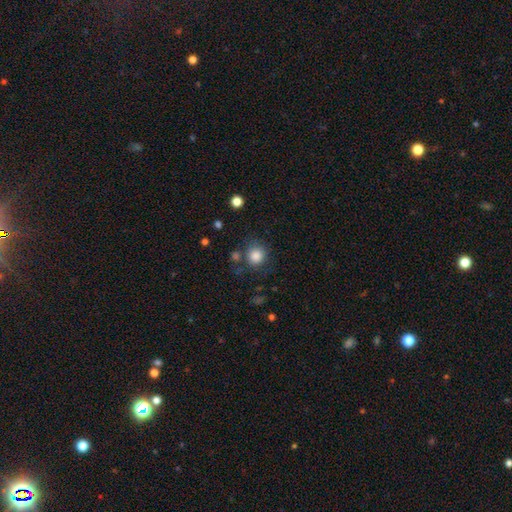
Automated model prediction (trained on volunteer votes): smooth 85%, star or artifact 10%, featured or disk 5%. Down the decision tree: how rounded — round (89%); merging — none (76%).